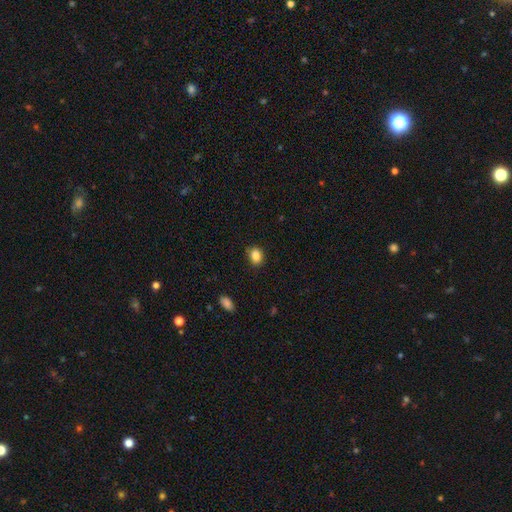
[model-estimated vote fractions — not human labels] Q: Smooth or featured?
A: smooth (86%); runner-up: star or artifact (10%)
Q: How rounded?
A: in between (60%); runner-up: round (39%)
Q: Merging?
A: none (82%); runner-up: minor disturbance (14%)